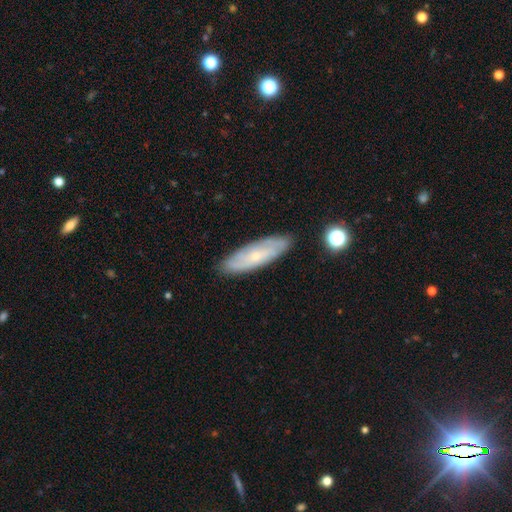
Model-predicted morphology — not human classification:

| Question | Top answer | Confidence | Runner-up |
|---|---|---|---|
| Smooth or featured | featured or disk | 59% | smooth (34%) |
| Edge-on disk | no | 77% | yes (23%) |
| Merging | none | 84% | minor disturbance (12%) |